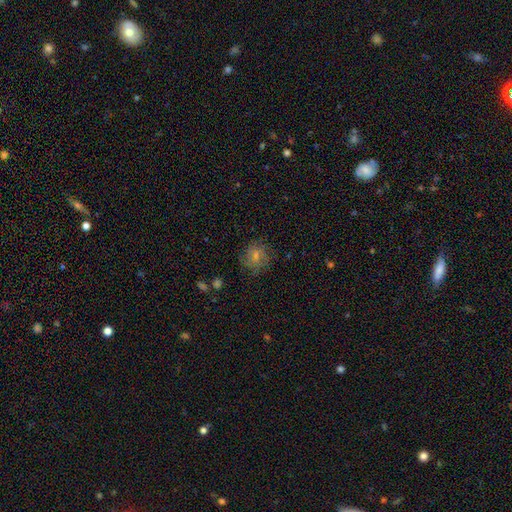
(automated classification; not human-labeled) smooth_or_featured: featured or disk (p=0.40) [alt: smooth p=0.37]
merging: none (p=0.80) [alt: minor disturbance p=0.13]